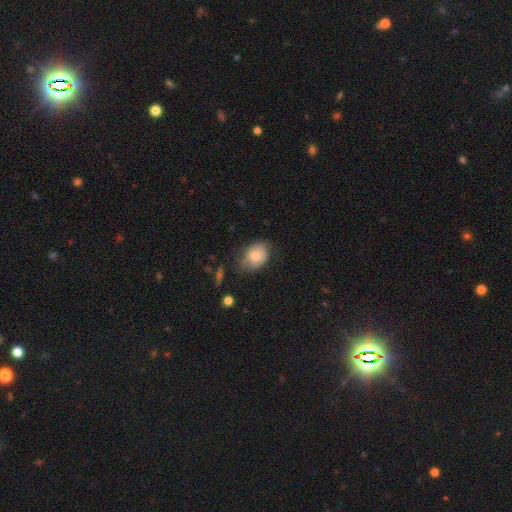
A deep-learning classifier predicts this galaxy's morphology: Smooth or featured?
  - smooth: 73% *
  - featured or disk: 19%
  - star or artifact: 8%
How rounded?
  - in between: 68% *
  - round: 31%
  - cigar-shaped: 1%
Merging?
  - none: 59% *
  - minor disturbance: 30%
  - major disturbance: 8%
  - merger: 2%